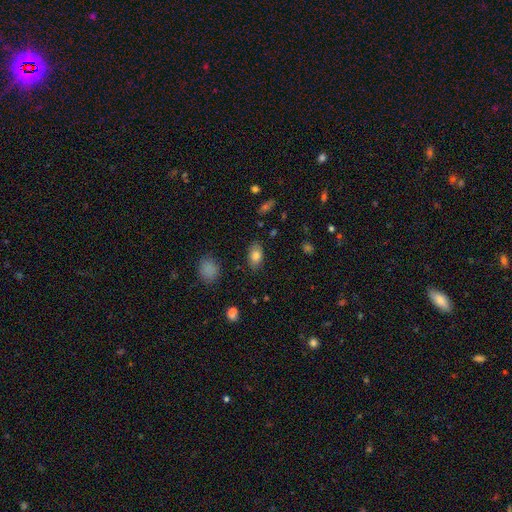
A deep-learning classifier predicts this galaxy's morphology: The model was most divided on "smooth or featured": smooth: 80%, featured or disk: 12%, star or artifact: 9%. More confident: how rounded — in between (89%); merging — none (83%).